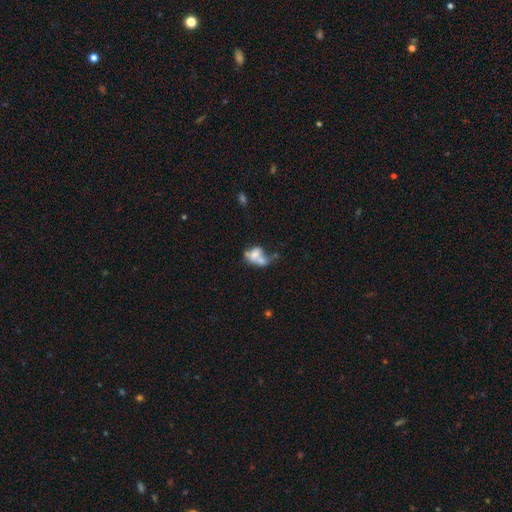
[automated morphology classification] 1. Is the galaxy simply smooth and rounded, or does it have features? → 57% smooth, 32% featured or disk, 11% star or artifact.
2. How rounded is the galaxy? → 68% in between, 30% round, 2% cigar-shaped.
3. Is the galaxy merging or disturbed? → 59% merger, 18% none, 12% major disturbance, 10% minor disturbance.